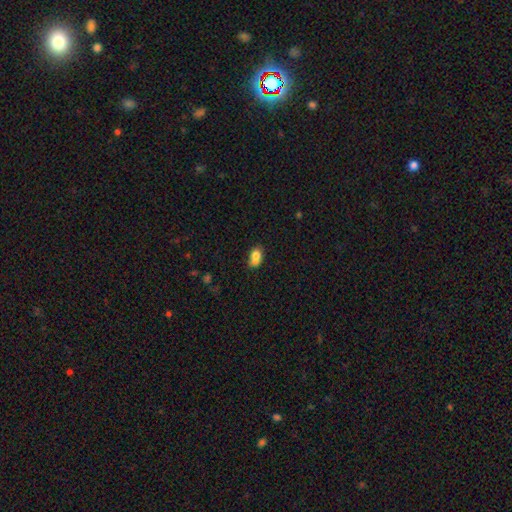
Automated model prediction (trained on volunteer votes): Morphology: type=smooth (76%); roundness=in between (73%); merging=none (37%).